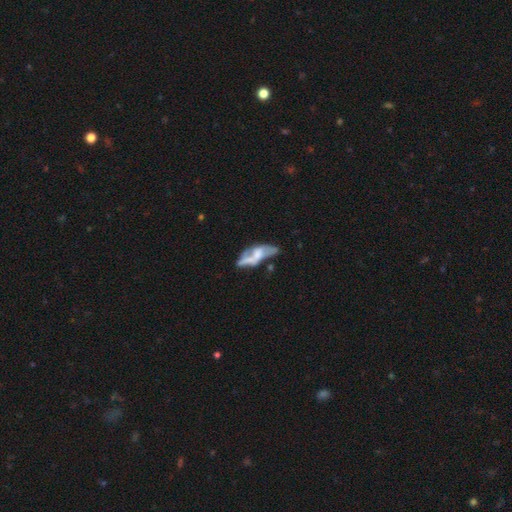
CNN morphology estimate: smooth_or_featured: featured or disk (p=0.55) [alt: smooth p=0.37]
disk_edge_on: no (p=0.74) [alt: yes p=0.26]
merging: none (p=0.31) [alt: major disturbance p=0.24]